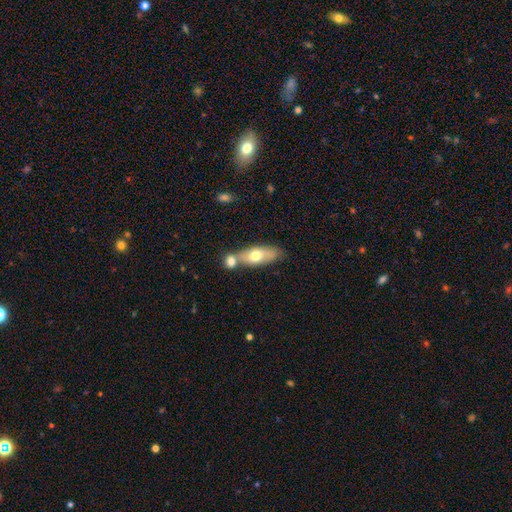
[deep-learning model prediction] Smooth or featured: smooth — 64% (featured or disk — 30%)
How rounded: in between — 68% (cigar-shaped — 28%)
Merging: none — 46% (merger — 39%)